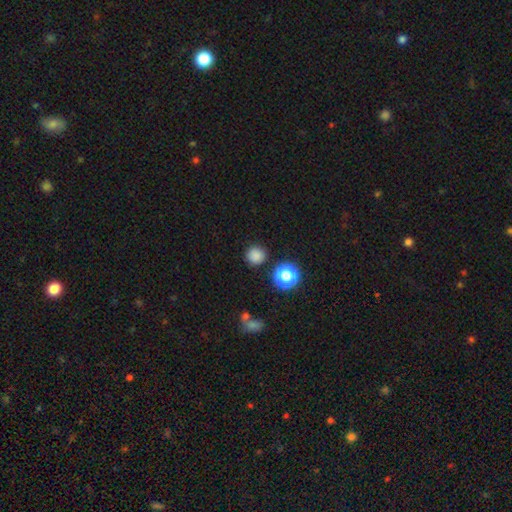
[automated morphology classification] This is clearly a smooth galaxy (81%). How rounded: clearly round (93%). Merging: clearly none (87%).